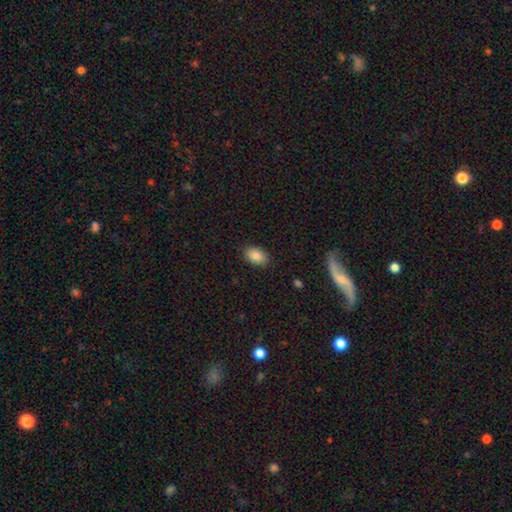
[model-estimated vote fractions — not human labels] Smooth or featured?
  - smooth: 85% *
  - star or artifact: 8%
  - featured or disk: 7%
How rounded?
  - in between: 89% *
  - round: 9%
  - cigar-shaped: 1%
Merging?
  - none: 87% *
  - minor disturbance: 9%
  - major disturbance: 2%
  - merger: 1%